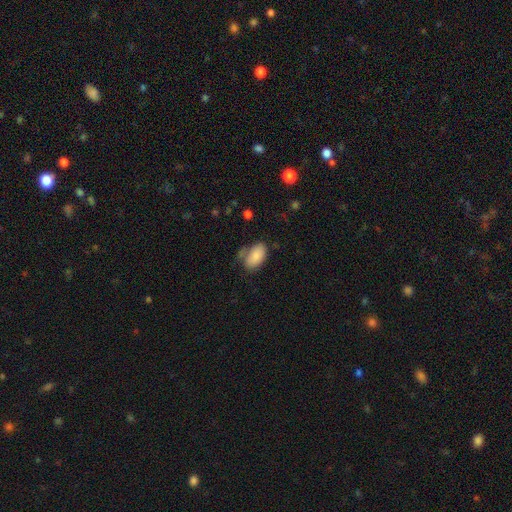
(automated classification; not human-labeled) This is clearly a smooth galaxy (85%). How rounded: clearly in between (94%). Merging: possibly none (58%).